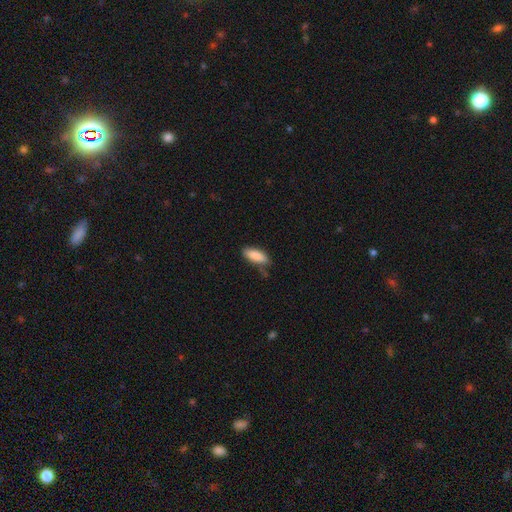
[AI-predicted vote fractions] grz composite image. It shows a smooth galaxy with no disk features (88%) that is in between round and cigar-shaped (76%). Merging: none (71%).